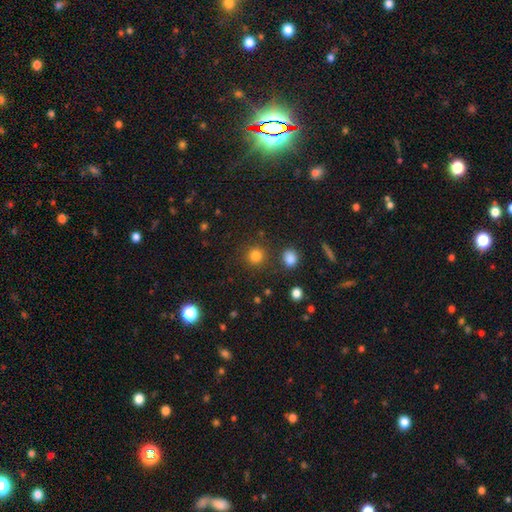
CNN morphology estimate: The model was most divided on "smooth or featured": smooth: 82%, star or artifact: 14%, featured or disk: 5%. More confident: how rounded — round (91%); merging — none (85%).